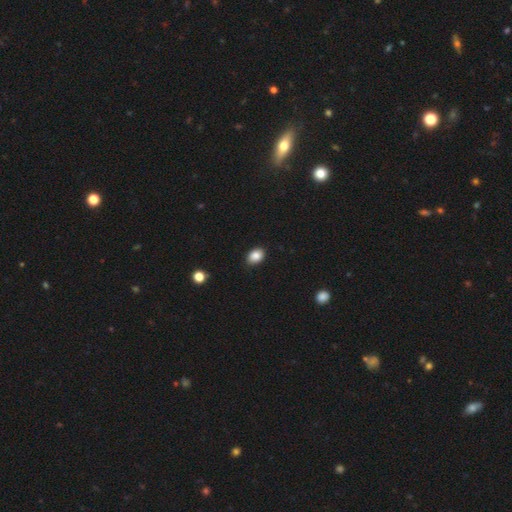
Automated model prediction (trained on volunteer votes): Smooth or featured? Predicted: smooth (p=0.87). How rounded? Predicted: in between (p=0.75). Merging? Predicted: none (p=0.88).